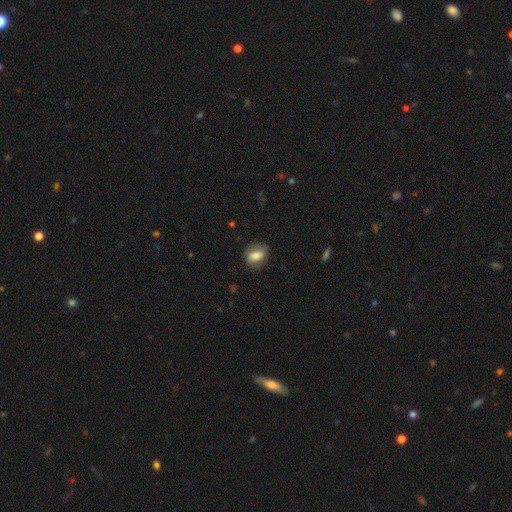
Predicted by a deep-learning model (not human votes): smooth_or_featured: smooth (p=0.69) [alt: featured or disk p=0.23]
how_rounded: in between (p=0.70) [alt: round p=0.25]
merging: none (p=0.72) [alt: minor disturbance p=0.20]